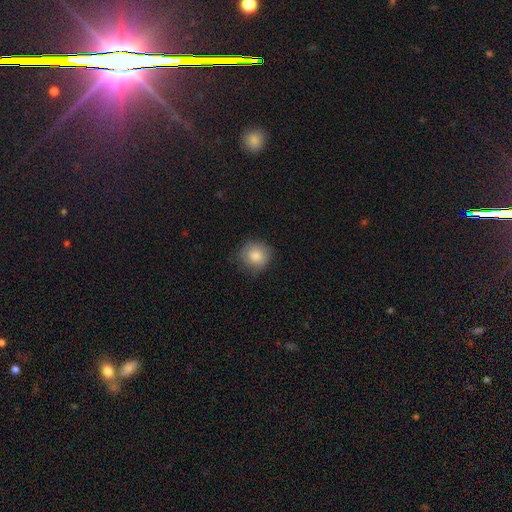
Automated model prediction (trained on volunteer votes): This appears to be a smooth galaxy with no disk features (82%) that is round (86%). Merging: none (72%).